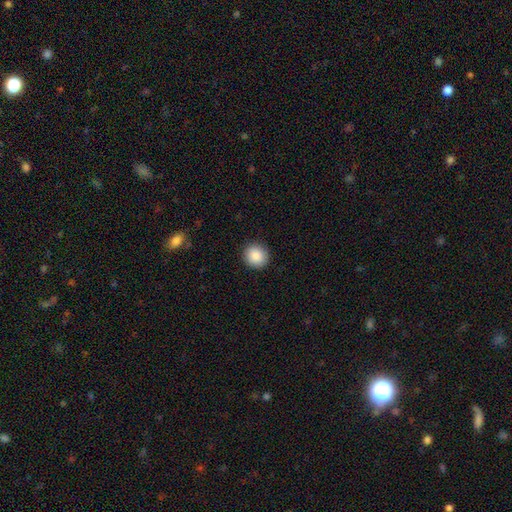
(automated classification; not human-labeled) Q: Smooth or featured?
A: smooth (89%); runner-up: star or artifact (8%)
Q: How rounded?
A: round (90%); runner-up: in between (9%)
Q: Merging?
A: none (91%); runner-up: minor disturbance (6%)